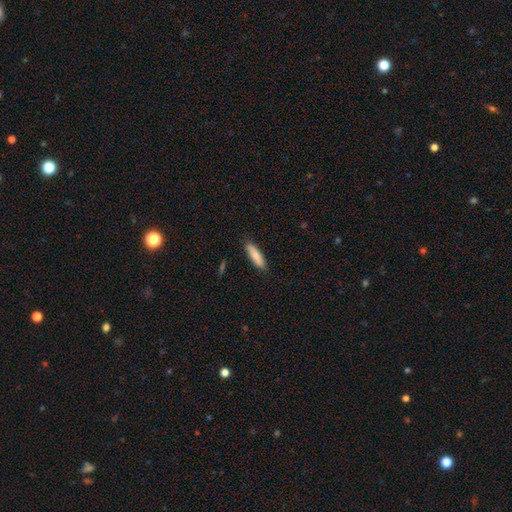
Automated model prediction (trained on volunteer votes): Smooth or featured? smooth (82%)
How rounded? cigar-shaped (64%)
Merging? none (85%)